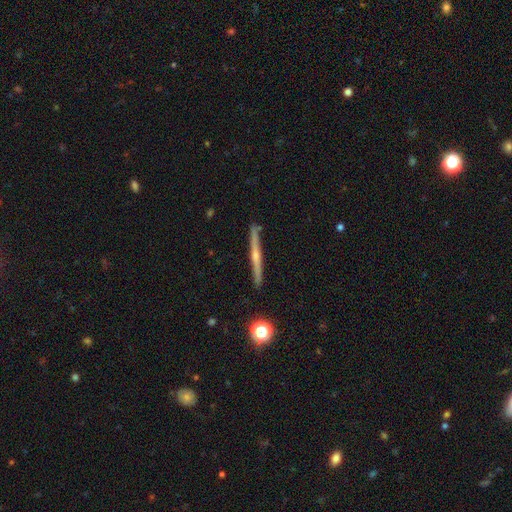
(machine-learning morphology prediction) Smooth or featured? Predicted: featured or disk (p=0.66). Edge-on disk? Predicted: yes (p=0.94). Edge-on bulge? Predicted: rounded (p=0.68). Merging? Predicted: none (p=0.85).